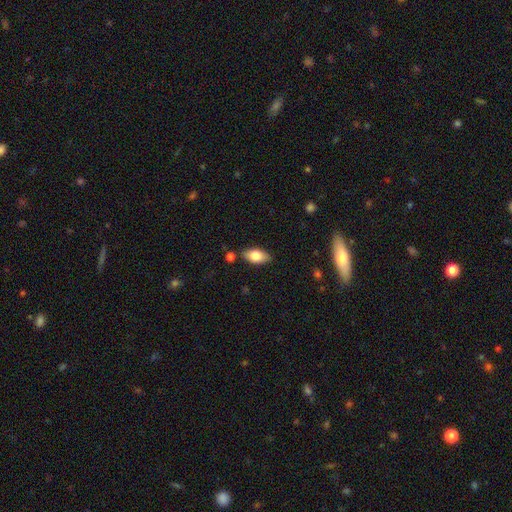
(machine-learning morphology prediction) smooth-or-featured: smooth: 76% | featured or disk: 16% | star or artifact: 7%
  how-rounded: in between: 90% | cigar-shaped: 5% | round: 5%
  merging: none: 83% | minor disturbance: 12% | merger: 3% | major disturbance: 2%